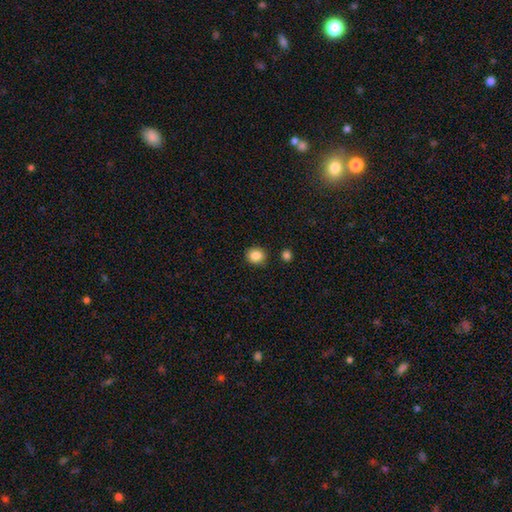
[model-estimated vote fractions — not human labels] The model was most divided on "how rounded": round: 80%, in between: 19%, cigar-shaped: 1%. More confident: merging — none (87%); smooth or featured — smooth (86%).